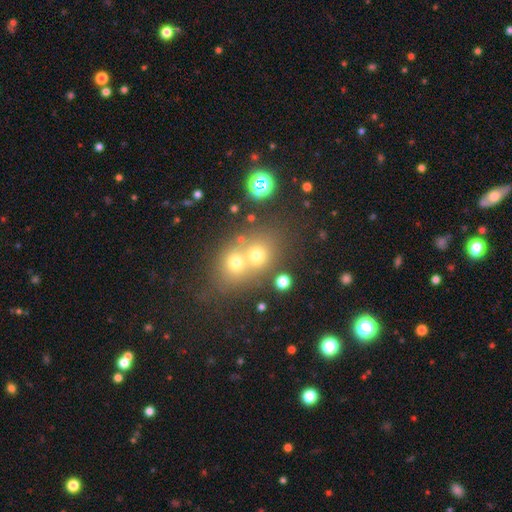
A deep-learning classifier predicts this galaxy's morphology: smooth_or_featured: smooth (p=0.50) [alt: star or artifact p=0.31]
how_rounded: round (p=0.72) [alt: in between p=0.27]
merging: merger (p=0.48) [alt: none p=0.41]